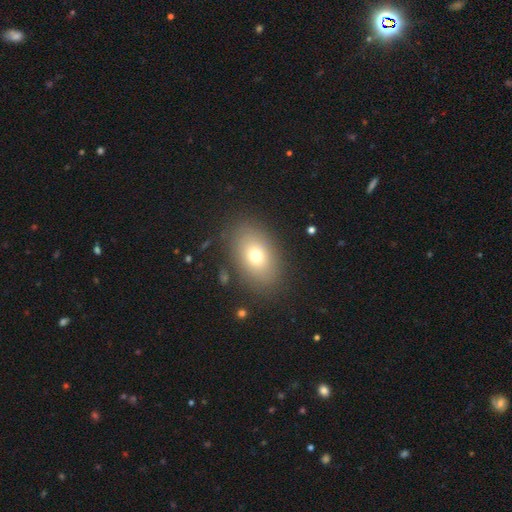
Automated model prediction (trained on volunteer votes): Morphology: type=smooth (71%); roundness=in between (83%); merging=none (84%).